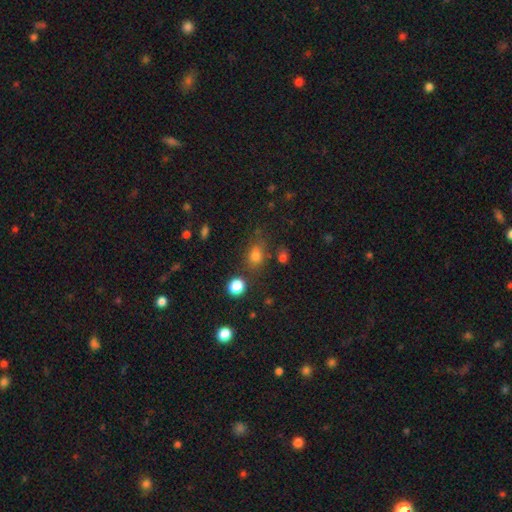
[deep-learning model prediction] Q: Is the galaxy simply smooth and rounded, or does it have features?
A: smooth — 74%.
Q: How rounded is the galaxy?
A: in between — 60%.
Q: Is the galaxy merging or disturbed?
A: none — 67%.